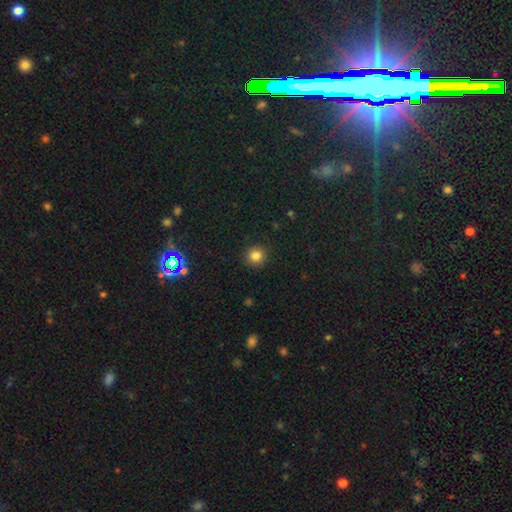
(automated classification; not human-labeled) smooth_or_featured: smooth (p=0.83) [alt: star or artifact p=0.12]
how_rounded: round (p=0.92) [alt: in between p=0.07]
merging: none (p=0.91) [alt: minor disturbance p=0.05]